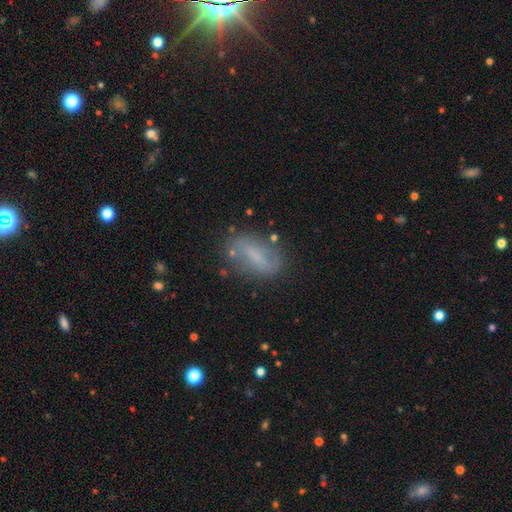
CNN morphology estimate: Smooth or featured: smooth — 53% (featured or disk — 37%)
How rounded: in between — 77% (cigar-shaped — 17%)
Merging: none — 71% (minor disturbance — 19%)